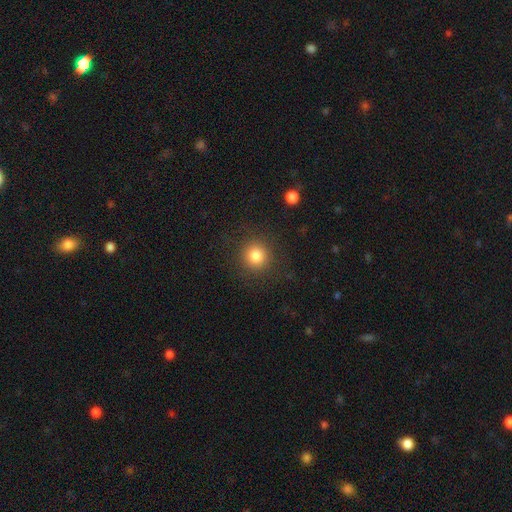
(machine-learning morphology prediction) Overall: smooth (83%). How rounded: round (93%). Merging: none (89%).